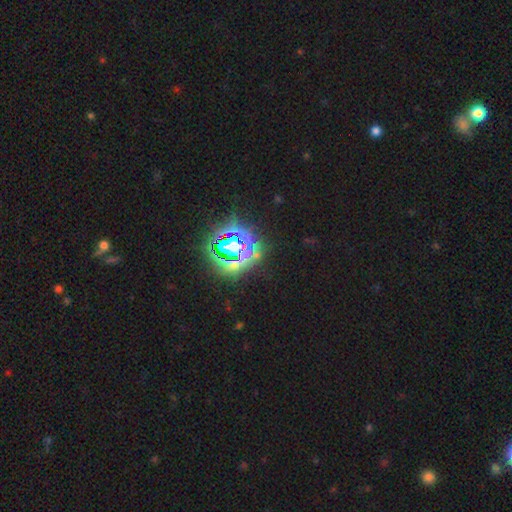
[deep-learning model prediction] Q: Smooth or featured?
A: star or artifact (73%); runner-up: smooth (16%)